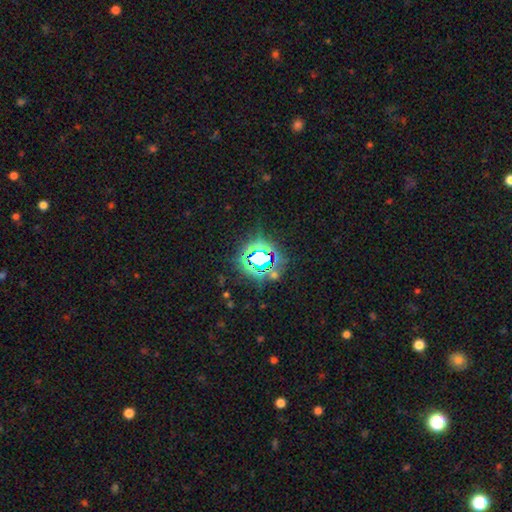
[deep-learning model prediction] smooth_or_featured: star or artifact (p=0.75) [alt: smooth p=0.16]